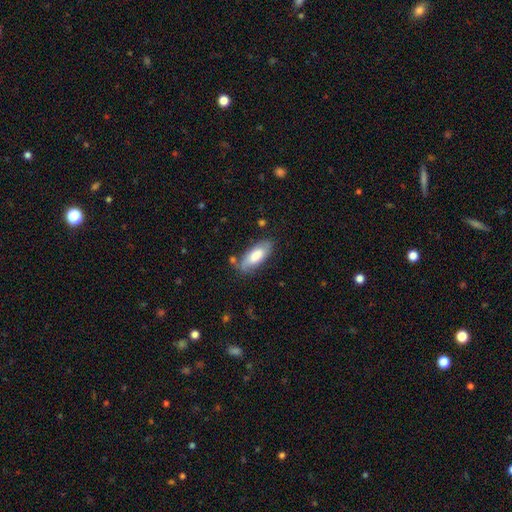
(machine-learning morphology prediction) Overall: smooth (76%). How rounded: in between (80%). Merging: none (72%).